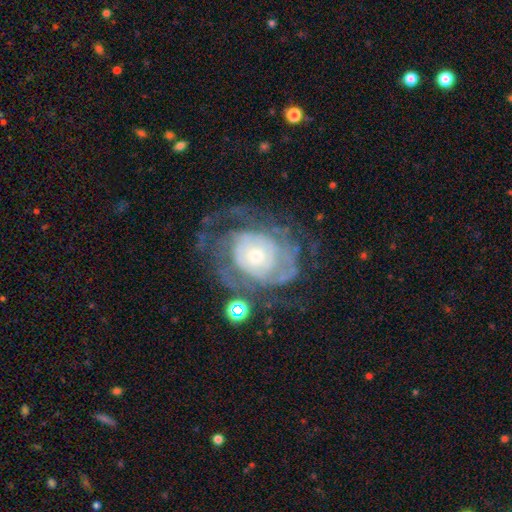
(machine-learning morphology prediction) This is clearly a featured or disk galaxy (84%). It is clearly not viewed edge-on (97%). Bar: likely no (77%). Spiral arm pattern: clearly yes (86%). Spiral arm count: possibly can't tell (48%). Spiral winding: likely tight (66%). Central bulge: possibly moderate (46%). Merging: possibly none (53%).